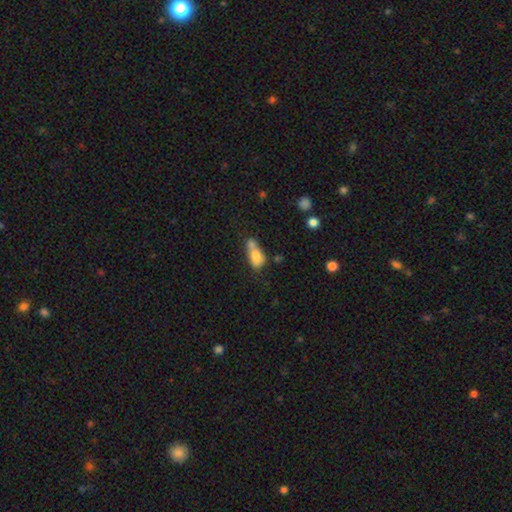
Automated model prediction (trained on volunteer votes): Q: Smooth or featured?
A: smooth (75%); runner-up: featured or disk (16%)
Q: How rounded?
A: in between (80%); runner-up: cigar-shaped (11%)
Q: Merging?
A: merger (47%); runner-up: none (27%)